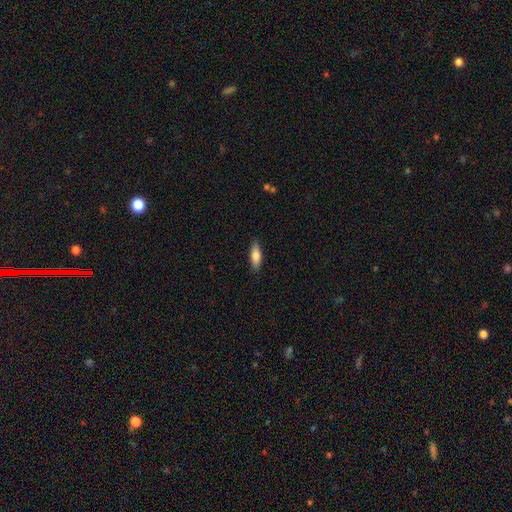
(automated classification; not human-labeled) This is likely a smooth galaxy (76%). How rounded: possibly in between (58%). Merging: clearly none (86%).